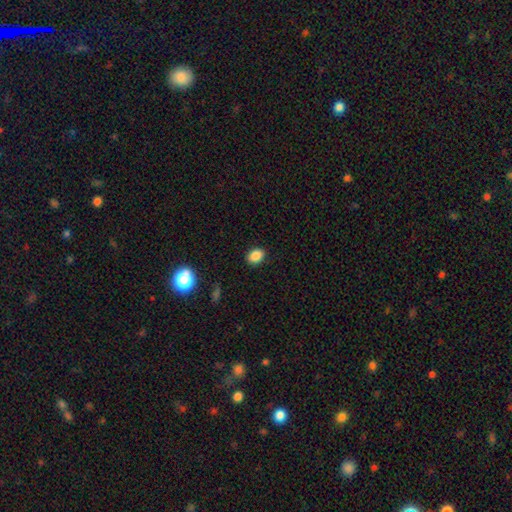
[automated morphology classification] Smooth or featured: smooth — 86% (star or artifact — 10%)
How rounded: in between — 68% (round — 31%)
Merging: none — 88% (minor disturbance — 9%)